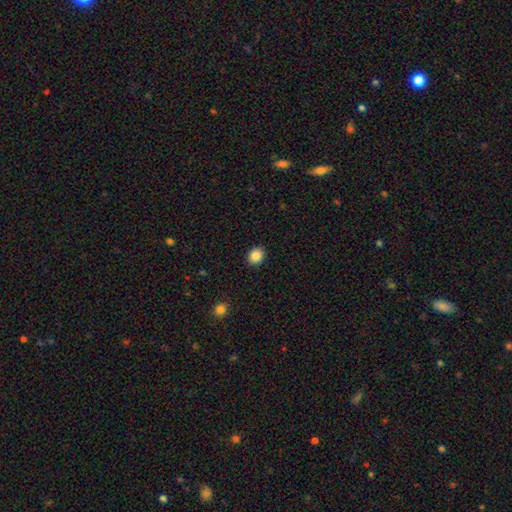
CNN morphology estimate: This is clearly a smooth galaxy (86%). How rounded: possibly round (54%). Merging: clearly none (91%).